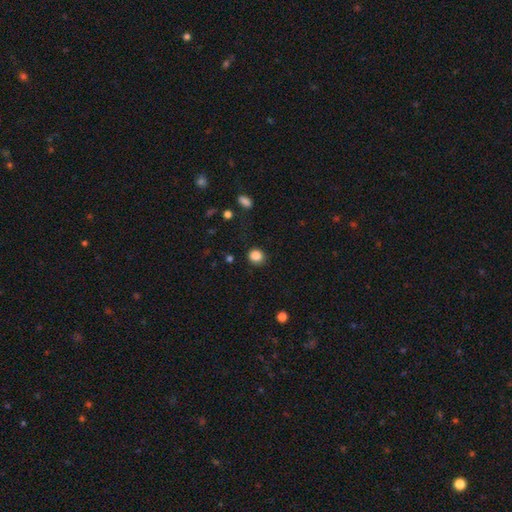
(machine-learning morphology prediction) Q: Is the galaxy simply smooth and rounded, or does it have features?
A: smooth — 86%.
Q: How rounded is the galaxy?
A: round — 80%.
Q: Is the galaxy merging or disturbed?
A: none — 86%.